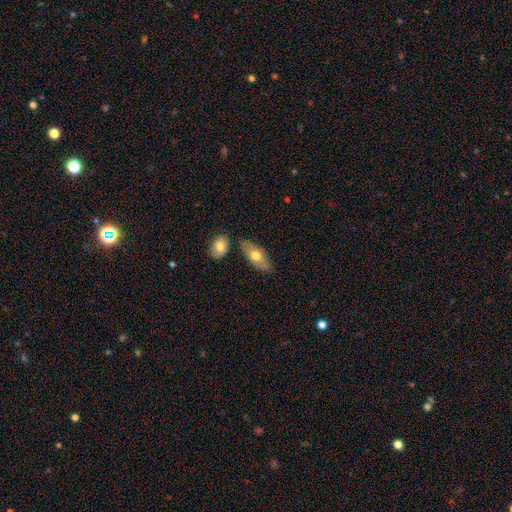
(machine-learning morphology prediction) Q: Smooth or featured?
A: smooth (63%); runner-up: featured or disk (31%)
Q: How rounded?
A: in between (89%); runner-up: cigar-shaped (8%)
Q: Merging?
A: none (75%); runner-up: minor disturbance (13%)